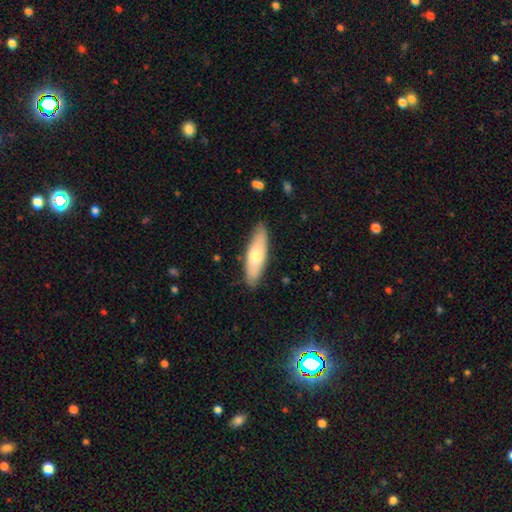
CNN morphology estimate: Overall: smooth (66%; featured or disk 28%). How rounded: cigar-shaped (54%; in between 44%). Merging: none (86%).